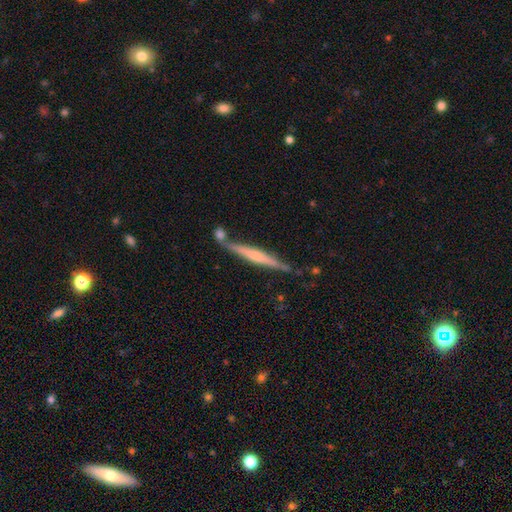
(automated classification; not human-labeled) Morphology: type=featured or disk (62%); edge-on=yes (97%); edge-on bulge=none (37%, tied with rounded); merging=none (68%).